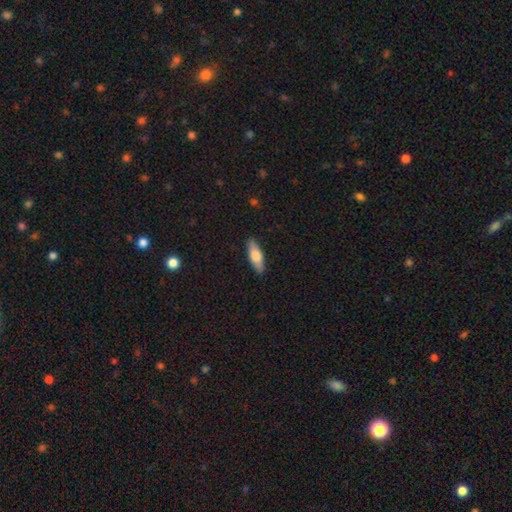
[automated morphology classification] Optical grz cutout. It shows a smooth galaxy with no disk features (73%) that is in between round and cigar-shaped (61%). Merging: none (89%).